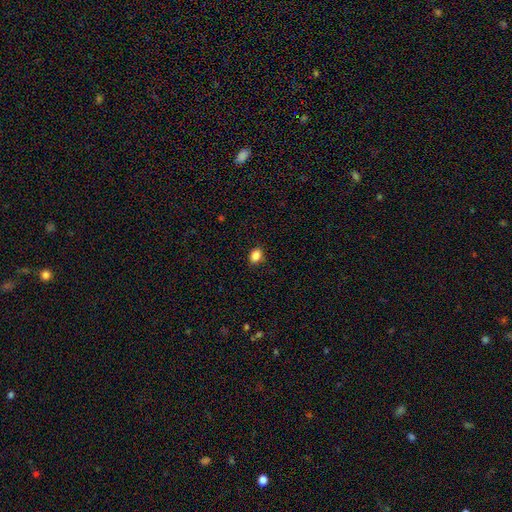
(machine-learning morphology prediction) A smooth galaxy with no disk features (86%) that is in between round and cigar-shaped (66%). Merging: none (88%).